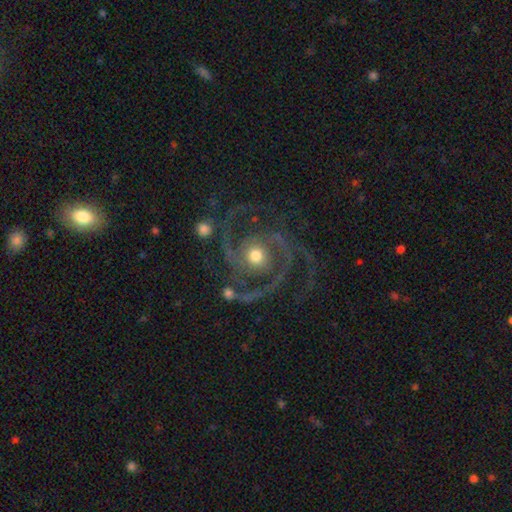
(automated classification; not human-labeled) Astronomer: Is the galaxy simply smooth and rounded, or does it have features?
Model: featured or disk — 91%.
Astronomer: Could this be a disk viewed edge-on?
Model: no — 98%.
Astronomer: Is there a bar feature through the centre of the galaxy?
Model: no — 74%.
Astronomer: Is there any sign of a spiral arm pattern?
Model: yes — 98%.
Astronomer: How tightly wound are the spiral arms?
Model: medium — 49% (runner-up: tight, 36%).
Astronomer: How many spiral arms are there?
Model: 2 — 62%.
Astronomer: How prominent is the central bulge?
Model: moderate — 69%.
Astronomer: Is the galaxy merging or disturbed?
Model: none — 67%.